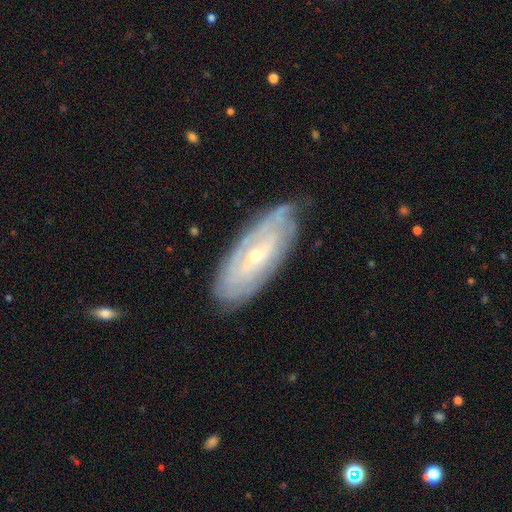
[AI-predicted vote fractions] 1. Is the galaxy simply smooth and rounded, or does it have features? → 80% featured or disk, 14% smooth, 6% star or artifact.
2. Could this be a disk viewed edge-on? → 87% no, 13% yes.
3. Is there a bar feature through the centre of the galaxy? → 53% no, 34% weak, 13% strong.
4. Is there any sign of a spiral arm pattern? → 87% yes, 13% no.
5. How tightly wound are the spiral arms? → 76% tight, 18% medium, 6% loose.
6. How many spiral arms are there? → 58% can't tell, 15% 2, 9% 4, 8% 3, 6% more than 4, 4% 1.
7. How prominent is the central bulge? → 71% small, 27% moderate, 1% large, 1% none, 1% dominant.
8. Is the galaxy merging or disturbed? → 76% none, 18% minor disturbance, 4% major disturbance, 1% merger.